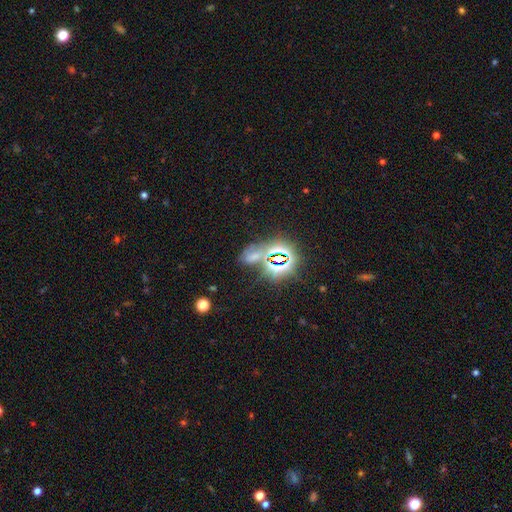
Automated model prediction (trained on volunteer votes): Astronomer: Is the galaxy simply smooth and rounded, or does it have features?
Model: star or artifact — 60%.